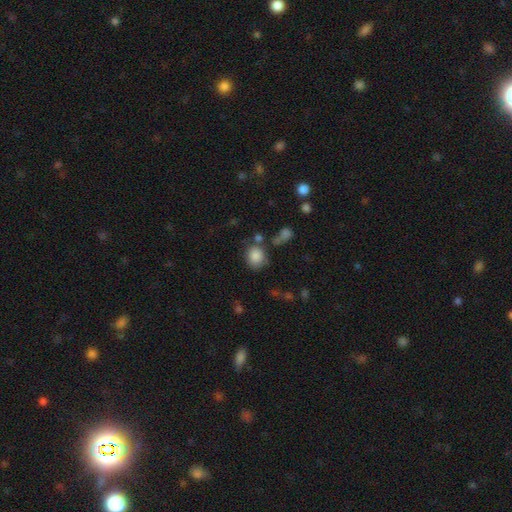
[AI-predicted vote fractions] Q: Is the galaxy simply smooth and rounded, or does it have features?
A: smooth — 84%.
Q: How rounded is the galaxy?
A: round — 71%.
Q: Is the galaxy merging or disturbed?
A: none — 65%.